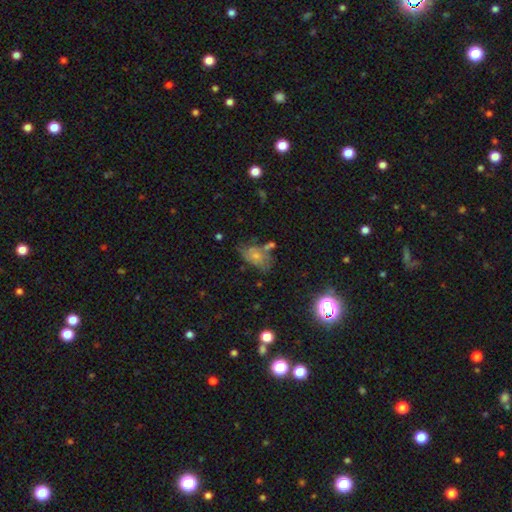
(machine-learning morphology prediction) A smooth galaxy with no disk features (46%).

Vote fractions:
- Smooth or featured? smooth: 46% / featured or disk: 41% / star or artifact: 13%
- Merging? none: 38% / minor disturbance: 29% / major disturbance: 19% / merger: 14%